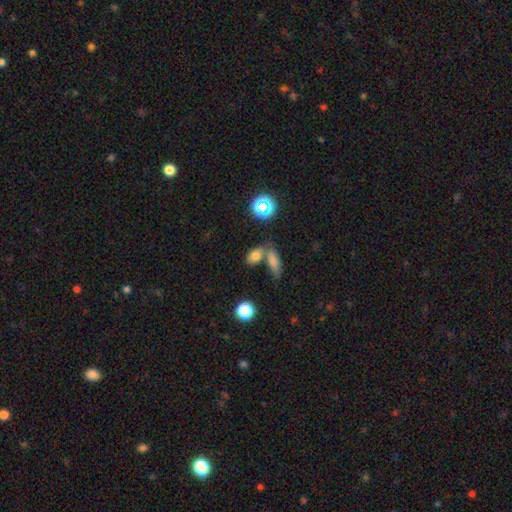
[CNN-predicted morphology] The model was most divided on "merging": none: 46%, merger: 40%, minor disturbance: 10%, major disturbance: 5%. More confident: how rounded — in between (80%); smooth or featured — smooth (72%).